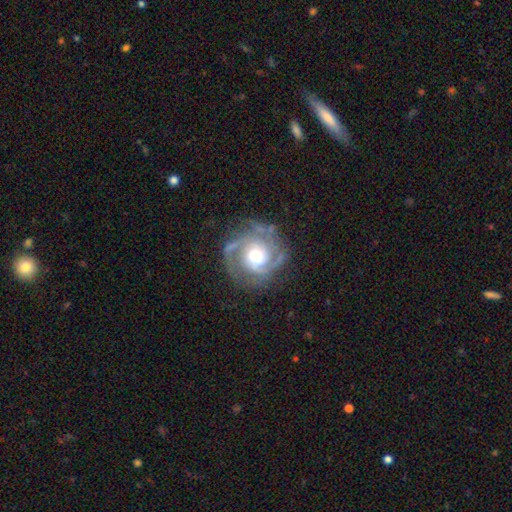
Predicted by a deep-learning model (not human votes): Smooth or featured? Predicted: featured or disk (p=0.86). Edge-on disk? Predicted: no (p=0.98). Bar? Predicted: no (p=0.69). Spiral arms? Predicted: yes (p=0.96). Spiral winding? Predicted: tight (p=0.54). Spiral arm count? Predicted: 2 (p=0.41). Bulge size? Predicted: moderate (p=0.70). Merging? Predicted: none (p=0.73).